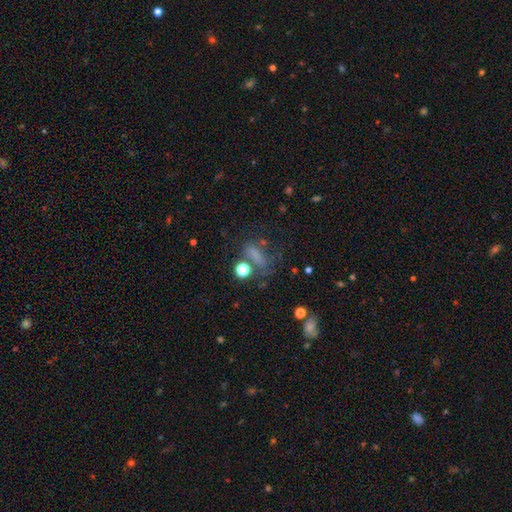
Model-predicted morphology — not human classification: Q: Smooth or featured?
A: smooth (56%); runner-up: star or artifact (26%)
Q: How rounded?
A: in between (60%); runner-up: round (21%)
Q: Merging?
A: none (46%); runner-up: major disturbance (24%)